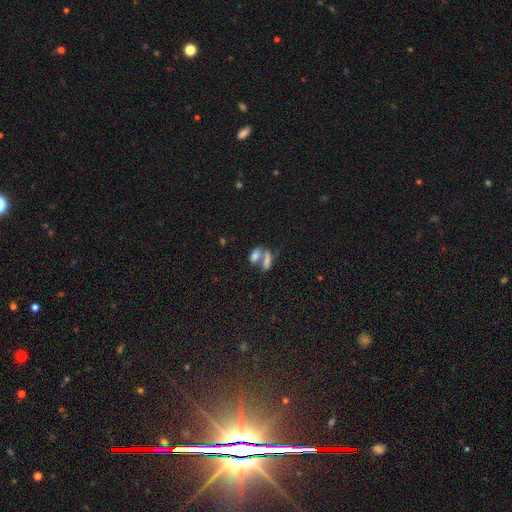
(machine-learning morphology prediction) smooth-or-featured: smooth: 75% | featured or disk: 14% | star or artifact: 11%
  how-rounded: in between: 81% | cigar-shaped: 13% | round: 6%
  merging: merger: 60% | none: 27% | minor disturbance: 8% | major disturbance: 5%